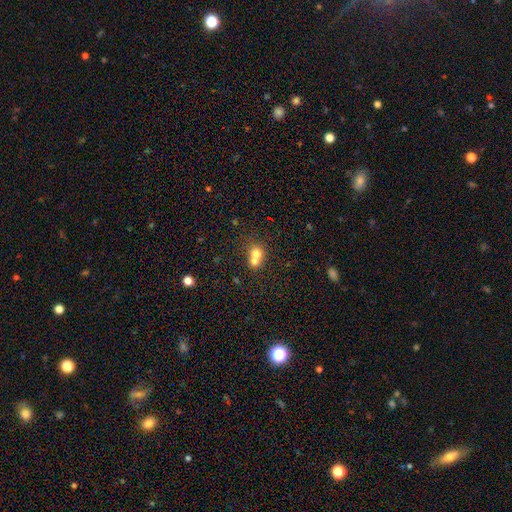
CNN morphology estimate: smooth_or_featured: smooth (p=0.69) [alt: featured or disk p=0.19]
how_rounded: round (p=0.65) [alt: in between p=0.34]
merging: merger (p=0.68) [alt: none p=0.23]